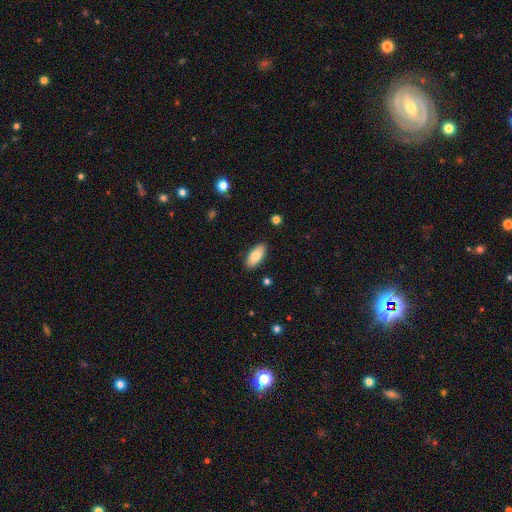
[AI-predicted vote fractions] Smooth or featured? Predicted: smooth (p=0.81). How rounded? Predicted: in between (p=0.89). Merging? Predicted: none (p=0.88).